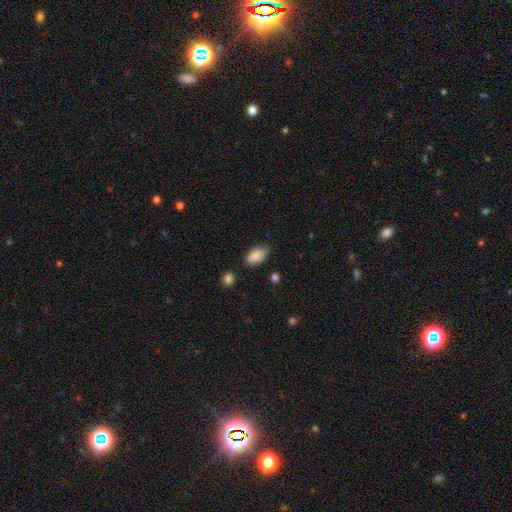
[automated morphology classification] smooth-or-featured: smooth: 85% | featured or disk: 8% | star or artifact: 7%
  how-rounded: in between: 93% | round: 5% | cigar-shaped: 2%
  merging: none: 66% | minor disturbance: 28% | major disturbance: 4% | merger: 2%